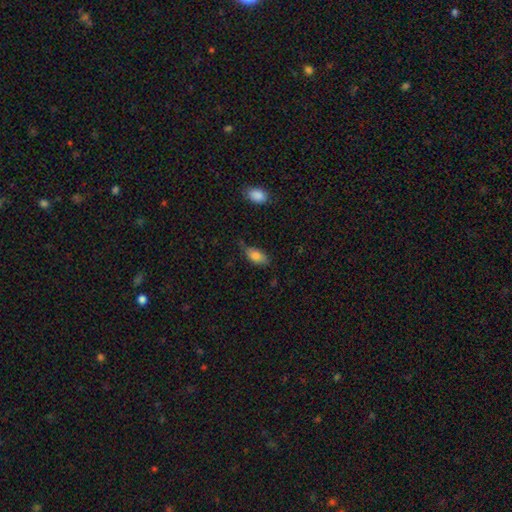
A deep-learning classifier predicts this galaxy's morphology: Smooth or featured? Predicted: smooth (p=0.80). How rounded? Predicted: in between (p=0.91). Merging? Predicted: none (p=0.62).